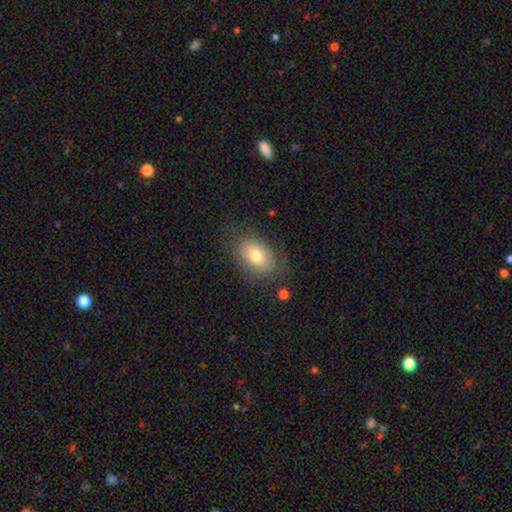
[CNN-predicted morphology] type=smooth (74%); roundness=in between (83%); merging=none (76%).